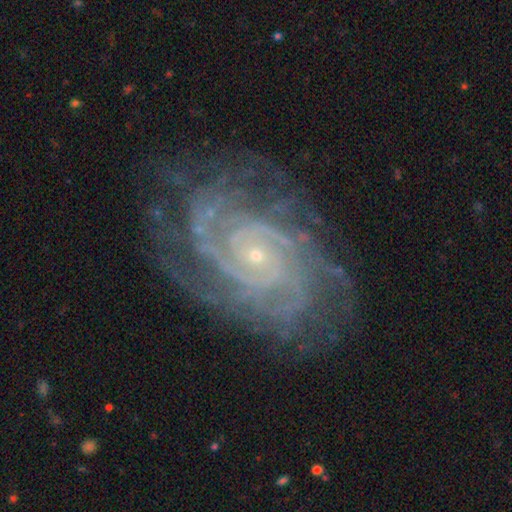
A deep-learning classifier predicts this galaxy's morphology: The model was most divided on "spiral arm count": 4: 22%, 2: 19%, 3: 18%, can't tell: 18%, more than 4: 14%, 1: 8%. More confident: spiral arms — yes (98%); edge-on disk — no (97%); smooth or featured — featured or disk (91%); bulge size — small (85%); merging — none (77%); spiral winding — tight (76%); bar — no (73%).